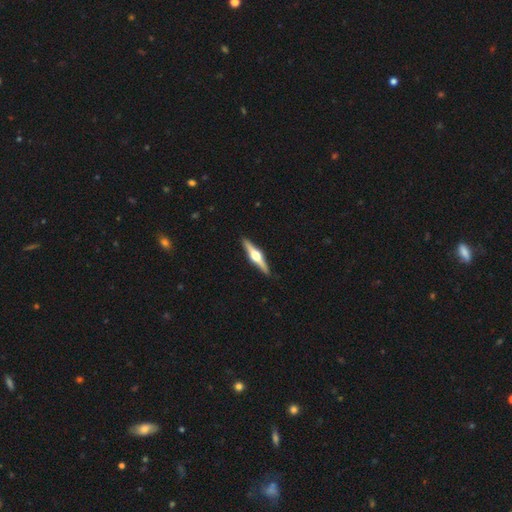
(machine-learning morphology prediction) This is likely a featured or disk galaxy (80%). It is clearly viewed edge-on (98%). Edge-on bulge: clearly rounded (96%). Merging: clearly none (92%).